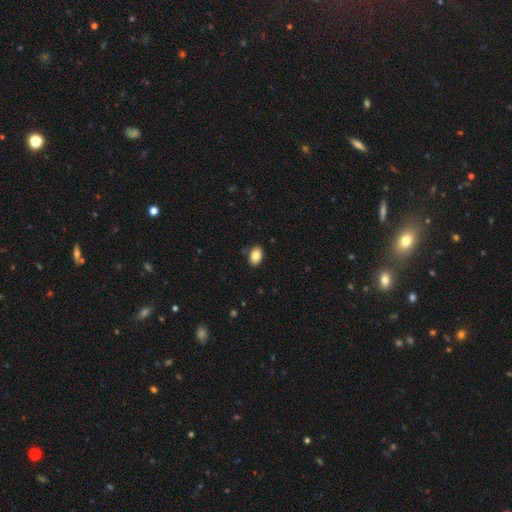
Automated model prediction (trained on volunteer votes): Morphology: type=smooth (83%); roundness=in between (87%); merging=none (87%).